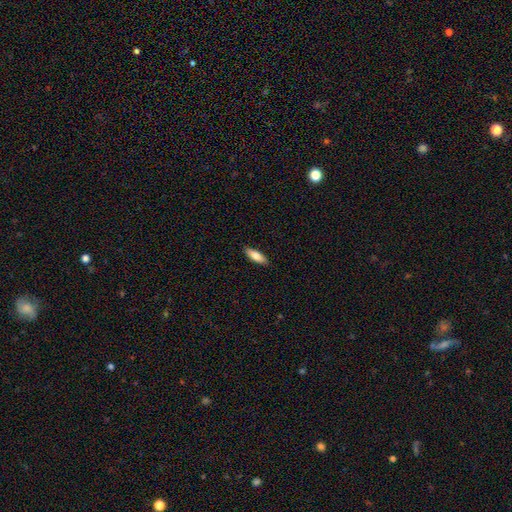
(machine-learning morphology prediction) A smooth galaxy with no disk features (77%) that is in between round and cigar-shaped (54%). Merging: none (90%).